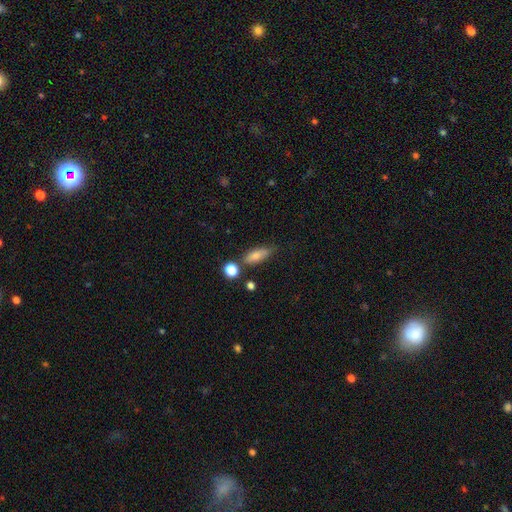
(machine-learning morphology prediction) The model was most divided on "how rounded": in between: 63%, cigar-shaped: 31%, round: 5%. More confident: smooth or featured — smooth (74%); merging — none (64%).